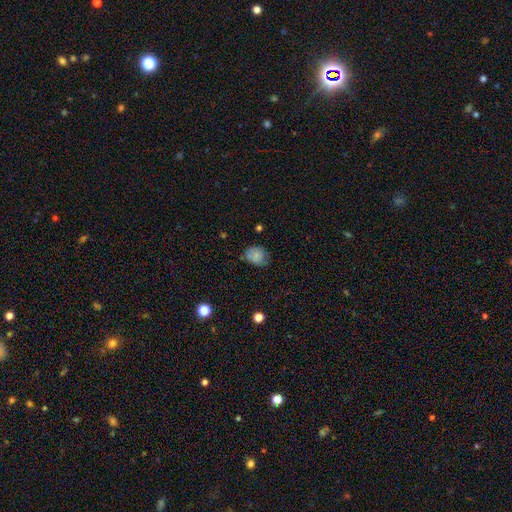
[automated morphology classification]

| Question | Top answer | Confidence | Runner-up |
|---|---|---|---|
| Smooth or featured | smooth | 73% | featured or disk (16%) |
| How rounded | round | 54% | in between (45%) |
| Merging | none | 58% | minor disturbance (30%) |